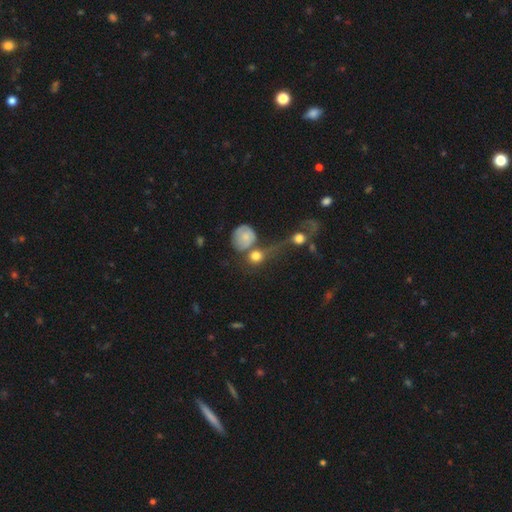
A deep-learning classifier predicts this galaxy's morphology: This appears to be a smooth galaxy with no disk features (68%) that is round (80%). Merging: merger (43%).